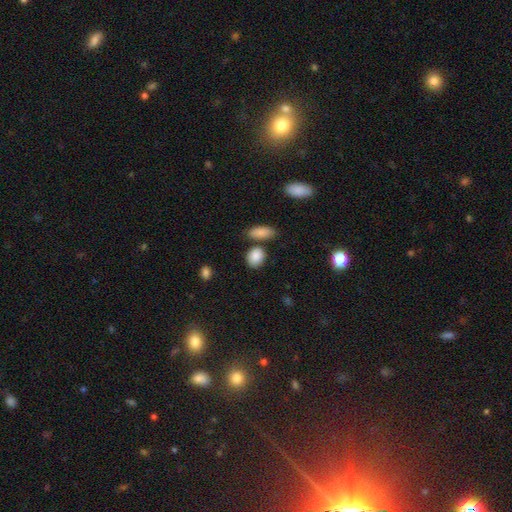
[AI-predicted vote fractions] Smooth or featured? Predicted: smooth (p=0.87). How rounded? Predicted: in between (p=0.51). Merging? Predicted: none (p=0.71).